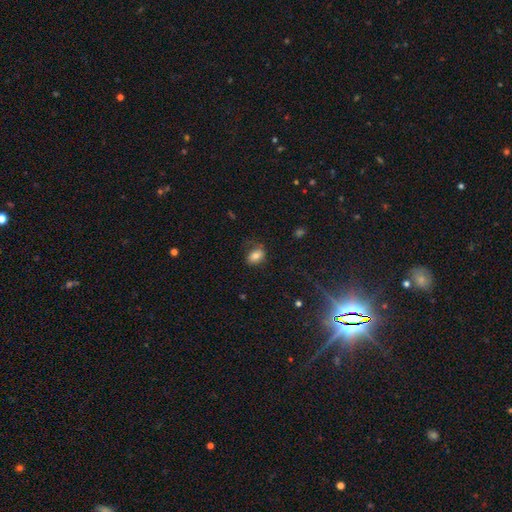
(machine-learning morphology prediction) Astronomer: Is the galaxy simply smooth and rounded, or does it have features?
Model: smooth — 76%.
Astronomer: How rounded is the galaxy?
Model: in between — 78%.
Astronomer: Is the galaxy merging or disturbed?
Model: none — 65%.